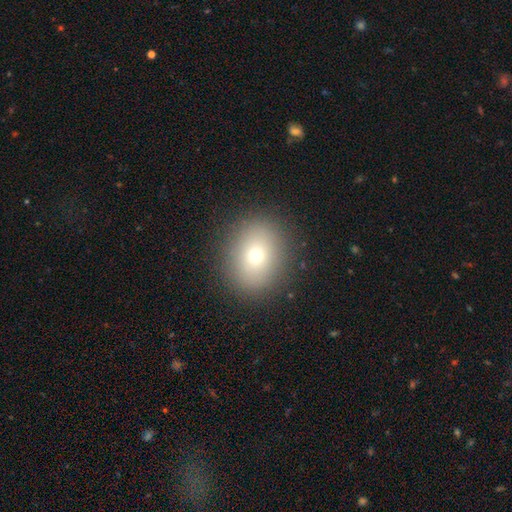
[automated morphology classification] smooth_or_featured: smooth (p=0.71) [alt: star or artifact p=0.15]
how_rounded: round (p=0.60) [alt: in between p=0.39]
merging: none (p=0.90) [alt: minor disturbance p=0.07]